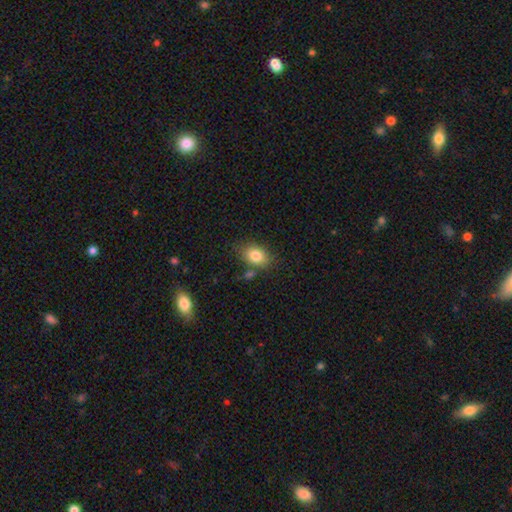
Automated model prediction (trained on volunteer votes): Morphology: type=smooth (82%); roundness=in between (77%); merging=none (72%).